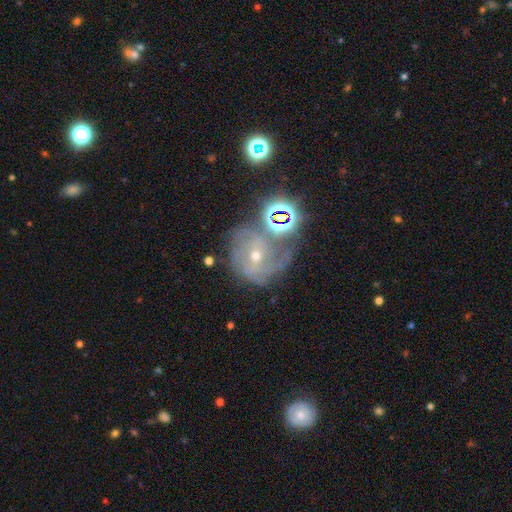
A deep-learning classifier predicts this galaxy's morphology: The model was most divided on "spiral arm count": can't tell: 35%, 2: 31%, 3: 12%, 1: 9%, 4: 6%, more than 4: 6%. Remaining: edge-on disk — no (97%); spiral arms — yes (80%); smooth or featured — featured or disk (67%); bulge size — small (66%); bar — no (61%); spiral winding — tight (54%); merging — none (46%).